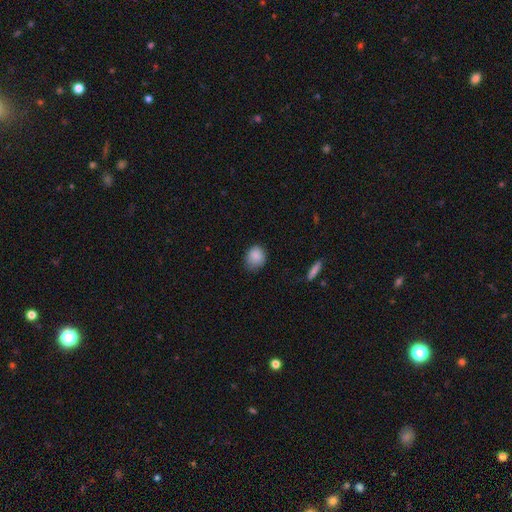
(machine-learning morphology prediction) smooth_or_featured: smooth (p=0.86) [alt: star or artifact p=0.08]
how_rounded: round (p=0.61) [alt: in between p=0.38]
merging: none (p=0.69) [alt: minor disturbance p=0.25]